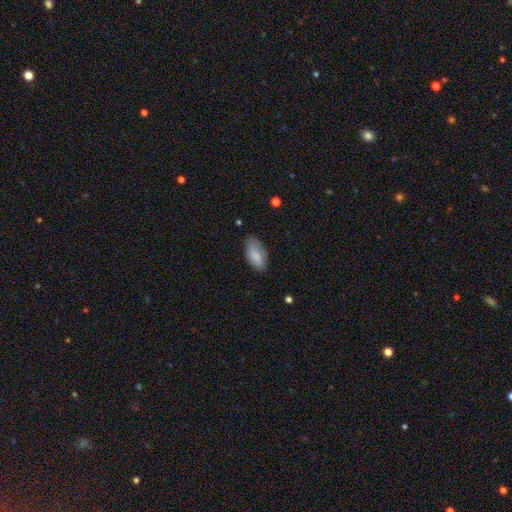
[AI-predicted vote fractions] Smooth or featured?
  - smooth: 84% *
  - featured or disk: 9%
  - star or artifact: 6%
How rounded?
  - in between: 91% *
  - cigar-shaped: 7%
  - round: 2%
Merging?
  - none: 72% *
  - minor disturbance: 22%
  - major disturbance: 5%
  - merger: 1%